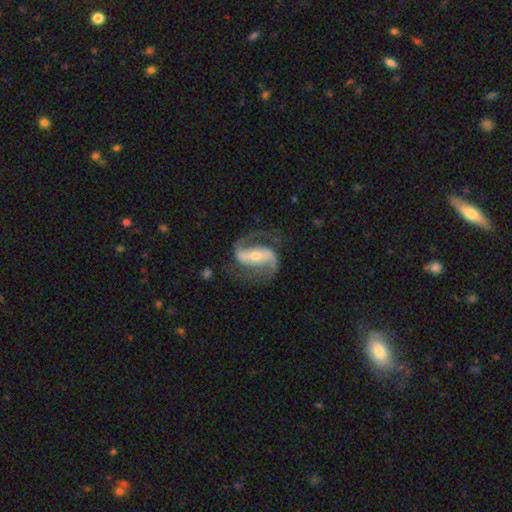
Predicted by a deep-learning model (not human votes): featured or disk 91%, smooth 5%, star or artifact 4%. Down the decision tree: edge-on disk — no (97%); bar — strong (57%); spiral arms — yes (97%); spiral arm count — 2 (93%); spiral winding — medium (52%); bulge size — small (51%); merging — none (75%).